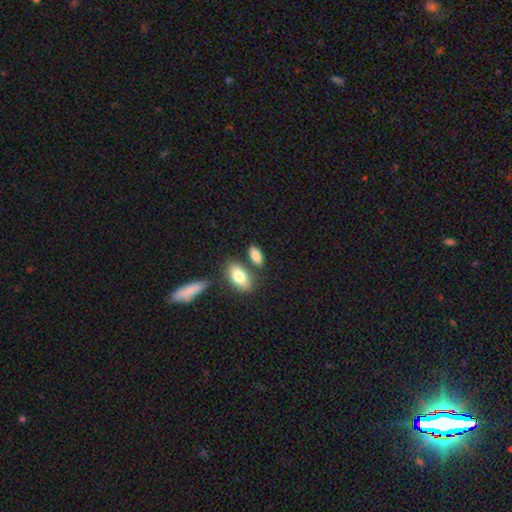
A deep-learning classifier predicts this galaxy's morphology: A smooth galaxy with no disk features (84%) that is in between round and cigar-shaped (88%). Merging: none (69%).